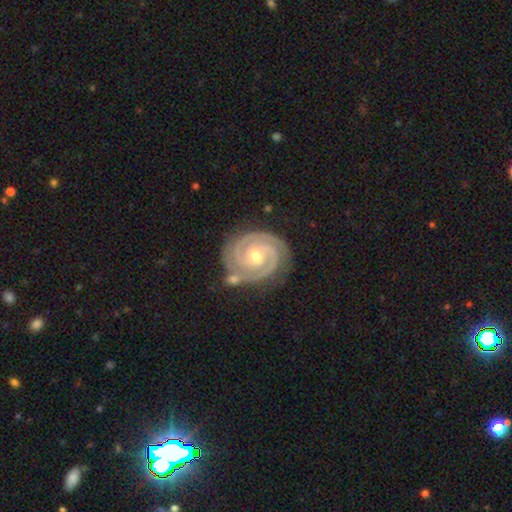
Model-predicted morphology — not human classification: Smooth or featured: featured or disk — 93% (star or artifact — 4%)
Edge-on disk: no — 98% (yes — 2%)
Bar: no — 57% (weak — 29%)
Spiral arms: yes — 99% (no — 1%)
Spiral winding: tight — 84% (medium — 14%)
Spiral arm count: 2 — 81% (3 — 12%)
Bulge size: small — 50% (moderate — 47%)
Merging: none — 78% (minor disturbance — 14%)